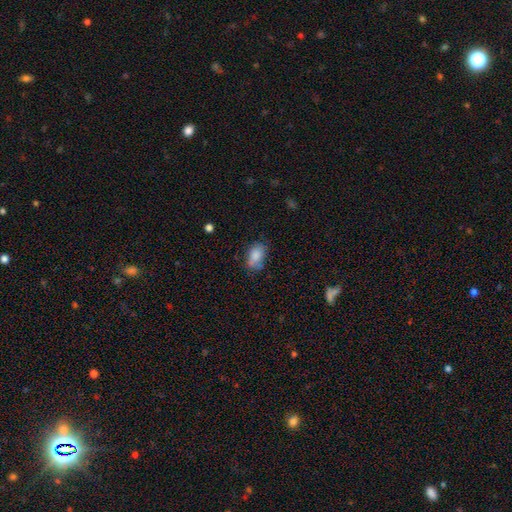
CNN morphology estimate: Overall: smooth (82%). How rounded: in between (88%). Merging: none (58%; minor disturbance 28%).